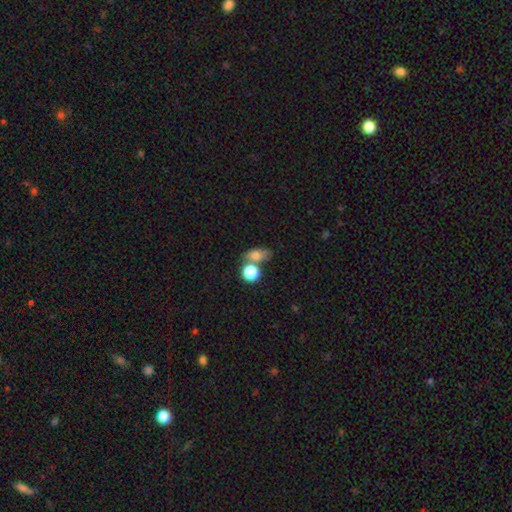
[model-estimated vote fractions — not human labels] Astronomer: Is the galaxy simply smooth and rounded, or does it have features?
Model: smooth — 77%.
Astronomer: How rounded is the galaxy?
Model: in between — 59% (runner-up: round, 36%).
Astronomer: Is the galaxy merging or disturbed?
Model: none — 41% (runner-up: merger, 39%).